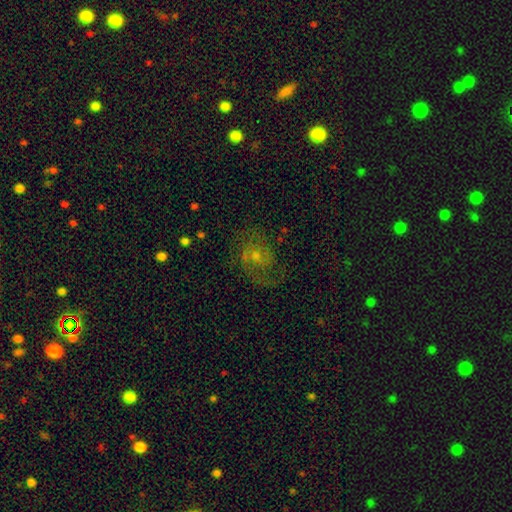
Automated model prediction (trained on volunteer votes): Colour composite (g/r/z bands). It shows a featured or disk galaxy (68%) with no bar (66%), 2 (58%) medium (49%) spiral arms (87%) and a small central bulge (55%). Merging: none (63%).